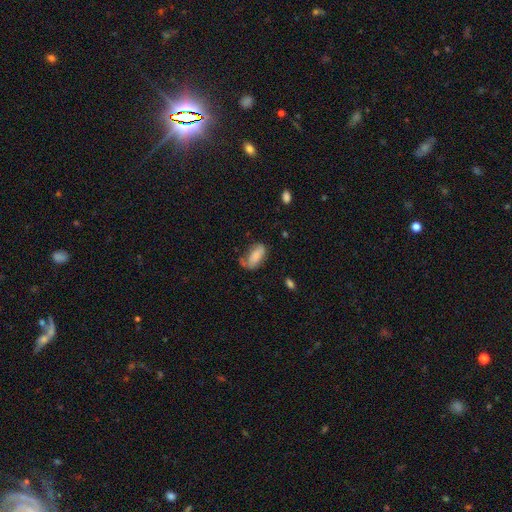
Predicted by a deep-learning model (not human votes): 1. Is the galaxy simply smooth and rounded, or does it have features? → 79% smooth, 13% featured or disk, 8% star or artifact.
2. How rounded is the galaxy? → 88% in between, 10% cigar-shaped, 3% round.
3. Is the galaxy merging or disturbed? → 48% none, 29% minor disturbance, 14% major disturbance, 8% merger.